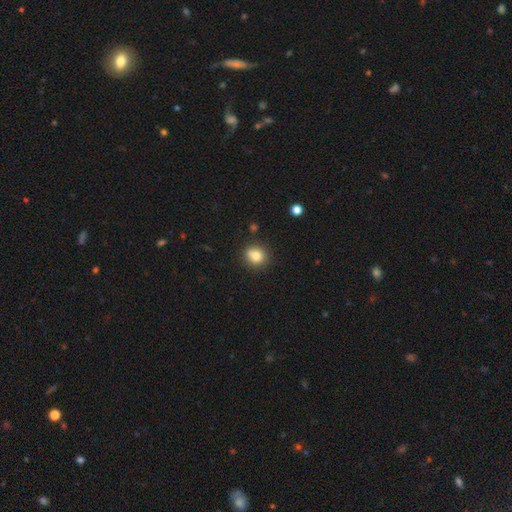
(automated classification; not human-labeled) This is likely a smooth galaxy (80%). How rounded: clearly round (82%). Merging: likely none (75%).